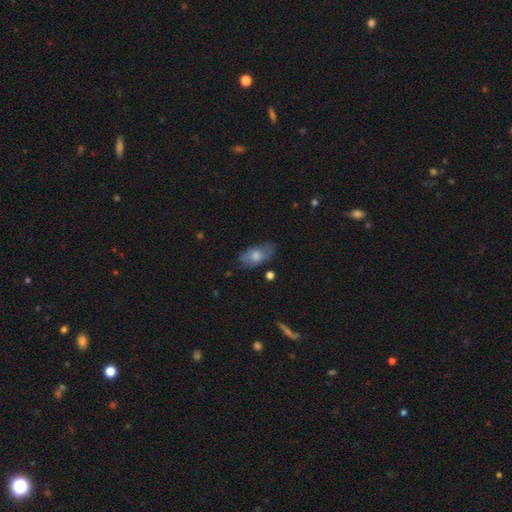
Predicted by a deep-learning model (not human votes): Q: Smooth or featured?
A: smooth (67%); runner-up: featured or disk (27%)
Q: How rounded?
A: in between (90%); runner-up: cigar-shaped (5%)
Q: Merging?
A: none (63%); runner-up: minor disturbance (27%)